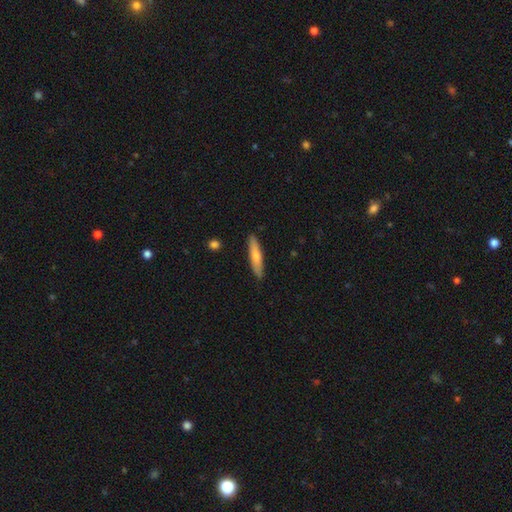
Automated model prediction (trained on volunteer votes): Smooth or featured? Predicted: smooth (p=0.66). How rounded? Predicted: cigar-shaped (p=0.85). Merging? Predicted: none (p=0.88).